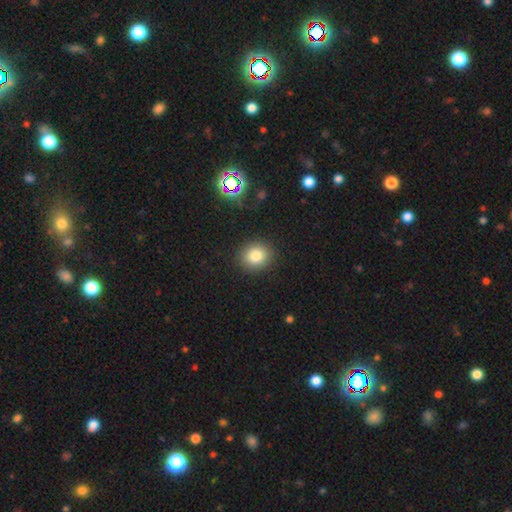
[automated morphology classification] The model was most divided on "how rounded": round: 75%, in between: 24%, cigar-shaped: 1%. More confident: merging — none (89%); smooth or featured — smooth (80%).